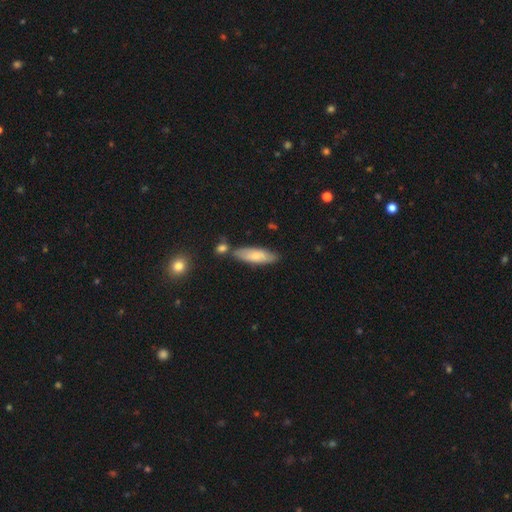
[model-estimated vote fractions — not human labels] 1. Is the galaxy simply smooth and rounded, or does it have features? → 74% smooth, 21% featured or disk, 6% star or artifact.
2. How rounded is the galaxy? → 52% in between, 46% cigar-shaped, 2% round.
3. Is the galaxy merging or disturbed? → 74% none, 14% minor disturbance, 10% merger, 3% major disturbance.